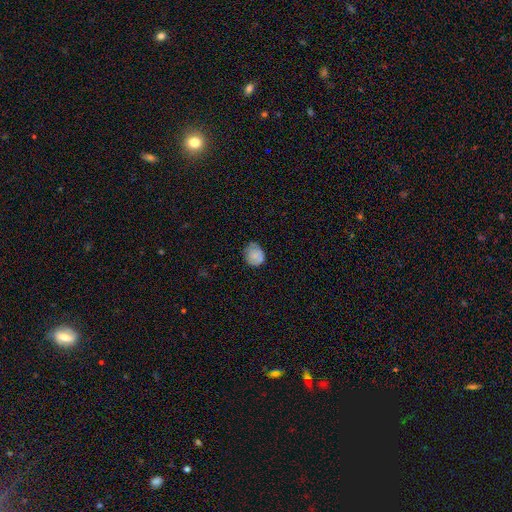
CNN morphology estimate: smooth_or_featured: smooth (p=0.80) [alt: featured or disk p=0.11]
how_rounded: round (p=0.69) [alt: in between p=0.30]
merging: none (p=0.64) [alt: minor disturbance p=0.29]